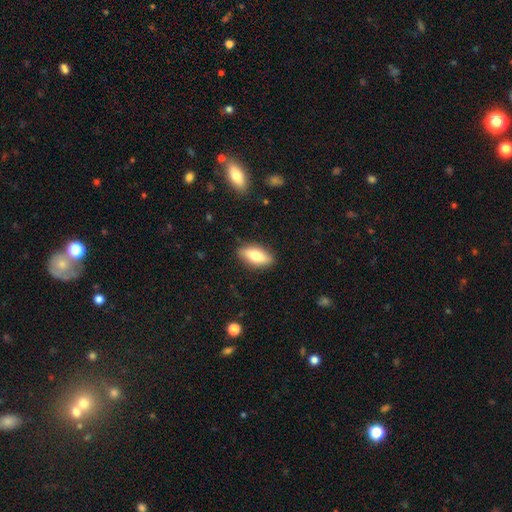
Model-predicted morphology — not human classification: The model was most divided on "smooth or featured": smooth: 70%, featured or disk: 23%, star or artifact: 7%. More confident: merging — none (86%); how rounded — in between (79%).